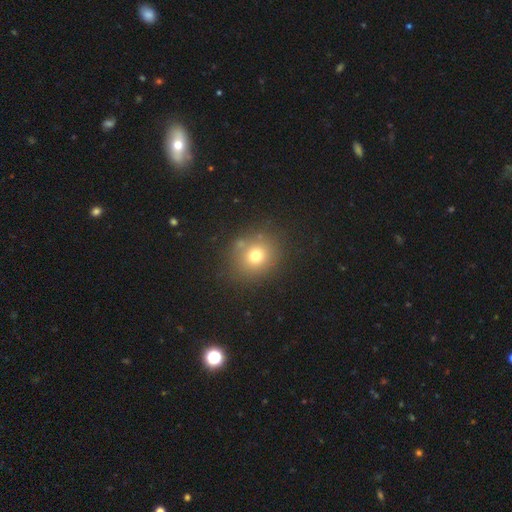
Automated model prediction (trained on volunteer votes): smooth_or_featured: smooth (p=0.72) [alt: star or artifact p=0.17]
how_rounded: round (p=0.81) [alt: in between p=0.18]
merging: none (p=0.82) [alt: minor disturbance p=0.10]